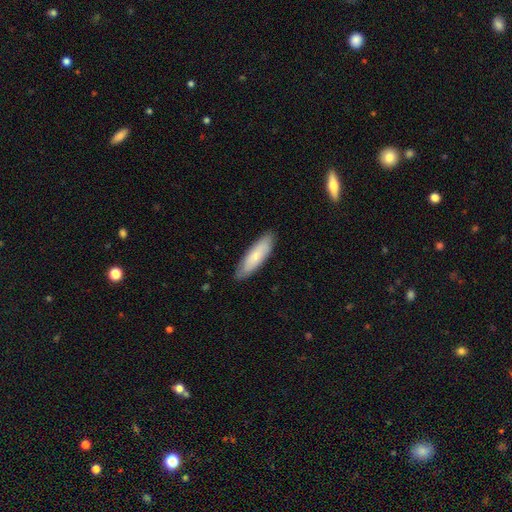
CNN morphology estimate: Smooth or featured? Predicted: smooth (p=0.73). How rounded? Predicted: cigar-shaped (p=0.61). Merging? Predicted: none (p=0.85).